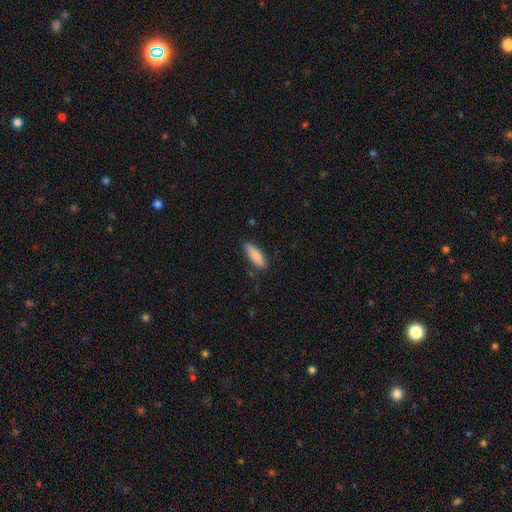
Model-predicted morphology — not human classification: Smooth or featured?
  - smooth: 86% *
  - featured or disk: 8%
  - star or artifact: 6%
How rounded?
  - in between: 50% *
  - cigar-shaped: 49%
  - round: 2%
Merging?
  - none: 81% *
  - minor disturbance: 14%
  - major disturbance: 3%
  - merger: 2%